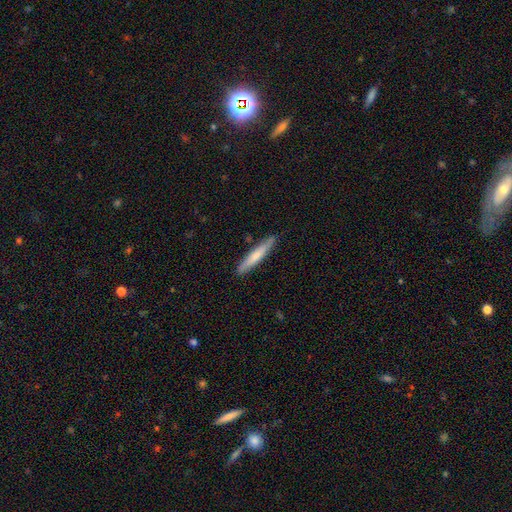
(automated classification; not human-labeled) Smooth or featured? smooth (65%)
How rounded? cigar-shaped (93%)
Merging? none (87%)